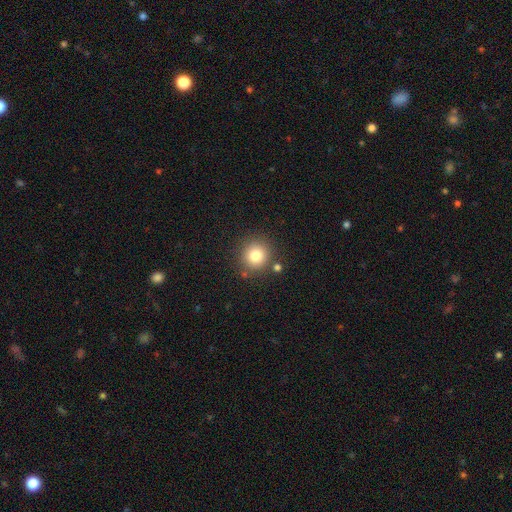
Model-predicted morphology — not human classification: Overall: smooth (80%). How rounded: round (91%). Merging: none (83%).